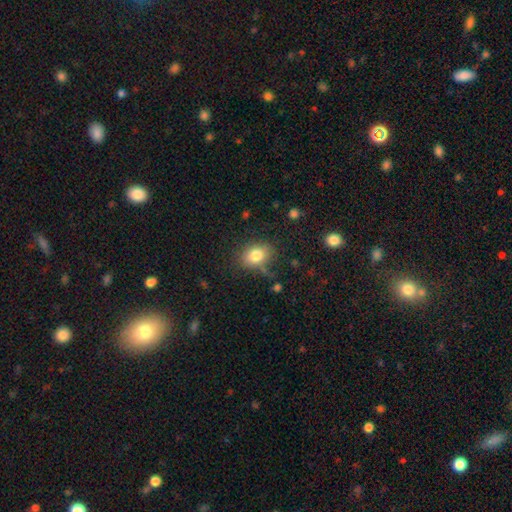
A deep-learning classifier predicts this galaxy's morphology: type=smooth (81%); roundness=in between (68%); merging=none (73%).